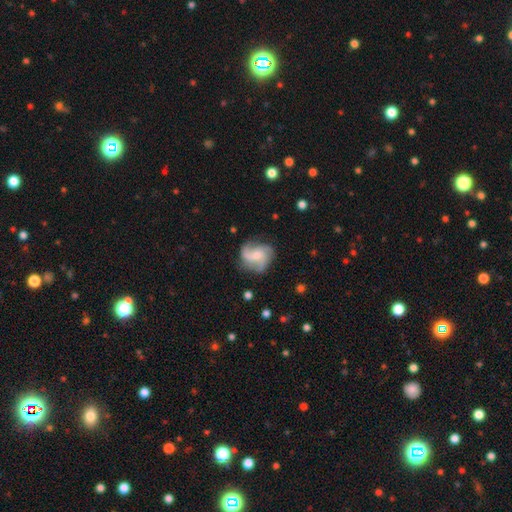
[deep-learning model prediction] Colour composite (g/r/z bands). It shows a featured or disk galaxy (73%) with no bar (63%), 3 (58%) medium (46%) spiral arms (94%) and a small central bulge (47%). Merging: none (68%).